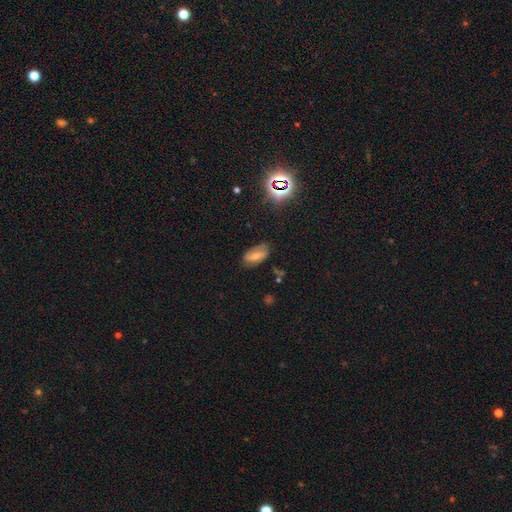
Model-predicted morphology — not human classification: Smooth or featured: smooth — 49% (featured or disk — 38%)
Merging: none — 69% (minor disturbance — 22%)